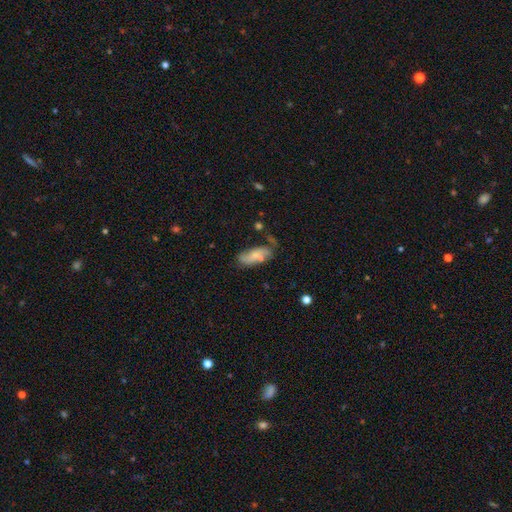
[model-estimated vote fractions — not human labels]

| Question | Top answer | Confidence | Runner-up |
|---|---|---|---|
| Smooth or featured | smooth | 58% | featured or disk (34%) |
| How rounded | in between | 79% | cigar-shaped (18%) |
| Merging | none | 47% | minor disturbance (28%) |